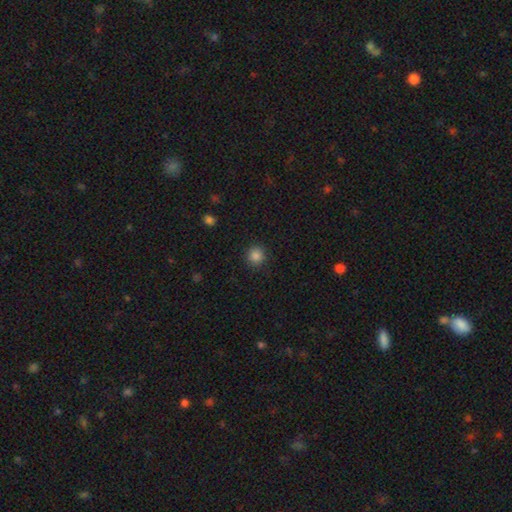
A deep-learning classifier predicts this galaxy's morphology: Smooth or featured? Predicted: smooth (p=0.85). How rounded? Predicted: round (p=0.93). Merging? Predicted: none (p=0.90).